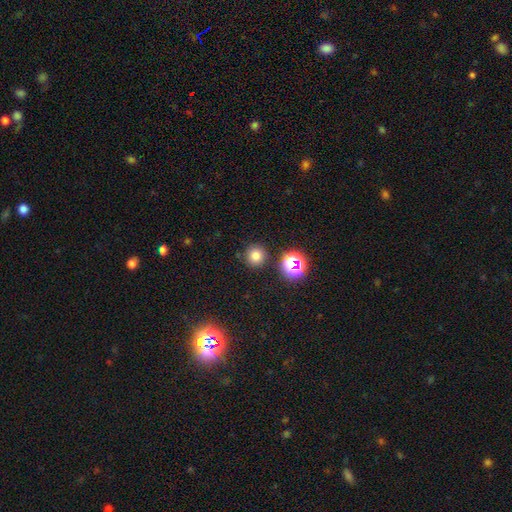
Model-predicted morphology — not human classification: A smooth galaxy with no disk features (76%) that is round (94%). Merging: none (87%).